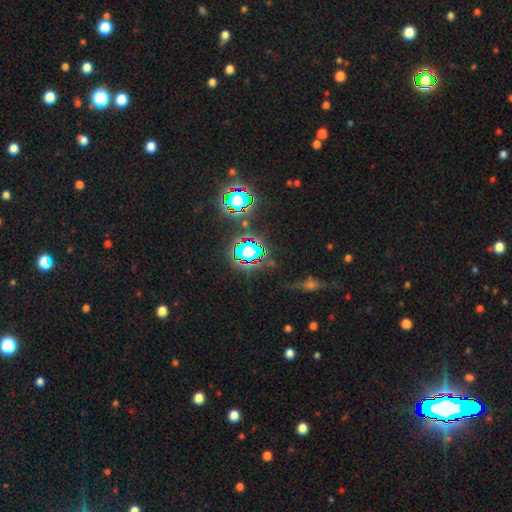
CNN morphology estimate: Smooth or featured: star or artifact — 68% (smooth — 21%)